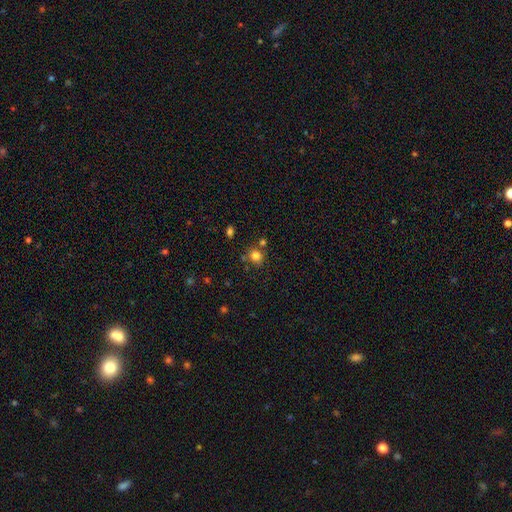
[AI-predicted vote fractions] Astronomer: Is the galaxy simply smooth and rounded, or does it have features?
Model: smooth — 80%.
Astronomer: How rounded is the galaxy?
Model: round — 79%.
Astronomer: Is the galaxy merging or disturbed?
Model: none — 72%.